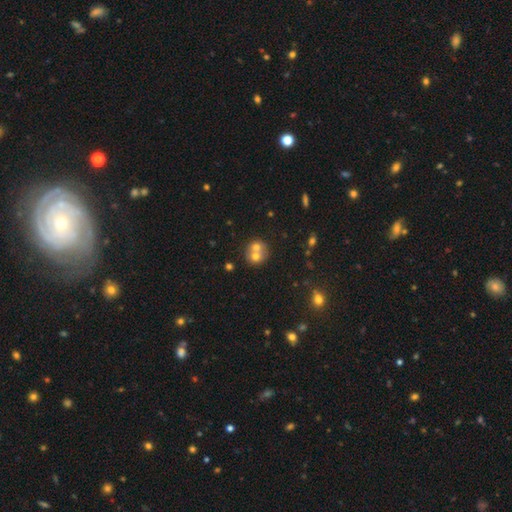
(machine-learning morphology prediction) A smooth galaxy with no disk features (63%) that is round (78%). Merging: merger (60%).